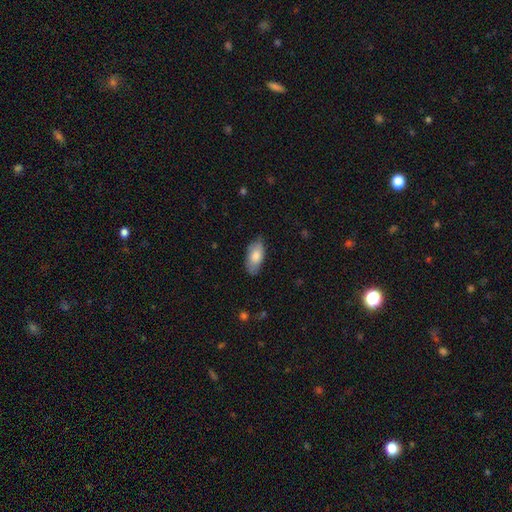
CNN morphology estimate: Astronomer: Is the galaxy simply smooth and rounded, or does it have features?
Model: smooth — 79%.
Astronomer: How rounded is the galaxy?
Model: in between — 92%.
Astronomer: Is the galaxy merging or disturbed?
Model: none — 79%.